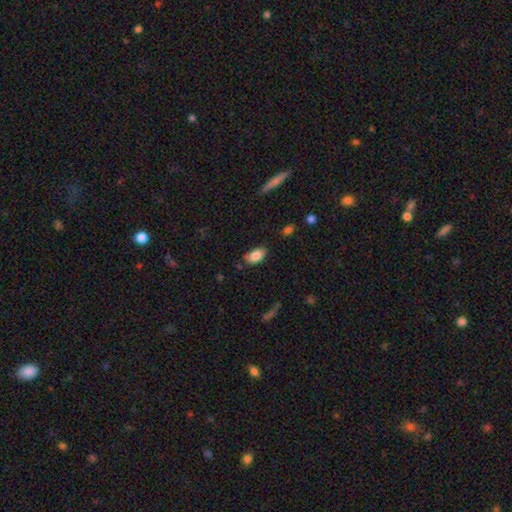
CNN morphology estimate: Overall: smooth (84%). How rounded: in between (93%). Merging: none (78%).